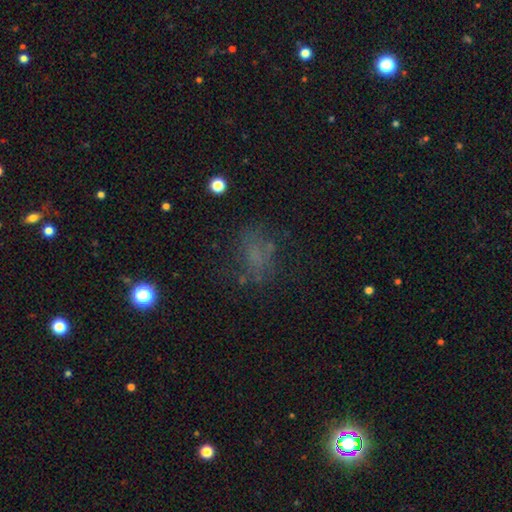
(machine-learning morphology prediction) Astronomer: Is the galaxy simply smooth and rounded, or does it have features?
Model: smooth — 46% (runner-up: star or artifact, 31%).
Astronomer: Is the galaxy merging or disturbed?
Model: none — 58%.